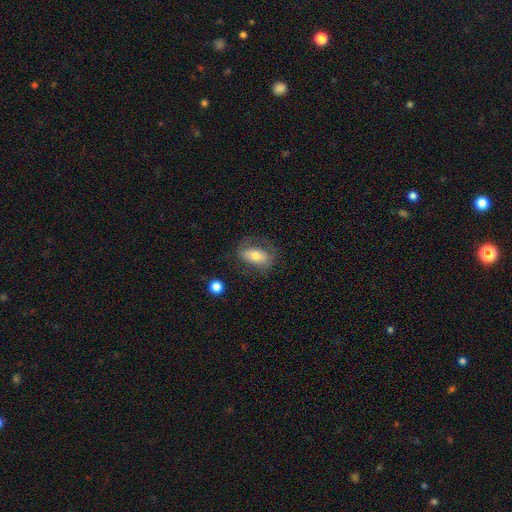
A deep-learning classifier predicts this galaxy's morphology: The model was most divided on "smooth or featured": smooth: 65%, featured or disk: 27%, star or artifact: 8%. More confident: how rounded — in between (89%); merging — none (66%).